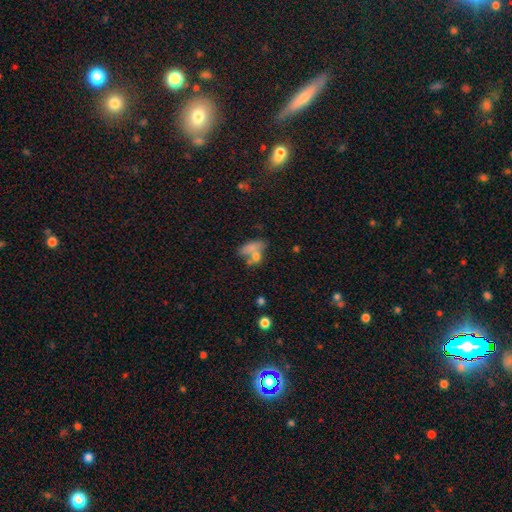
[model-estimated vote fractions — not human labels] This appears to be a star or artifact, not a galaxy (41%).